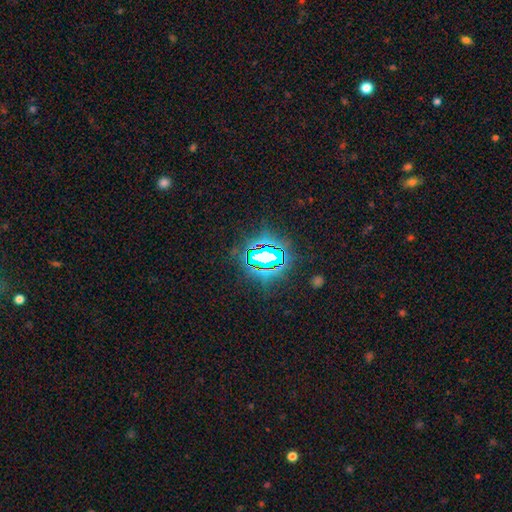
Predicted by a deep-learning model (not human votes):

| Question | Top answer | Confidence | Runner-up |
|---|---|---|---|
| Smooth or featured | star or artifact | 80% | smooth (12%) |